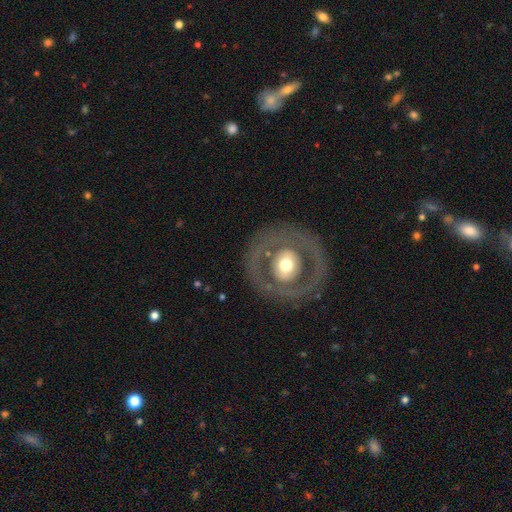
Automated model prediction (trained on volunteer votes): Morphology: type=featured or disk (66%); edge-on=no (94%); bar=no (72%); spiral arms=no (79%); bulge=moderate (68%); merging=none (82%).